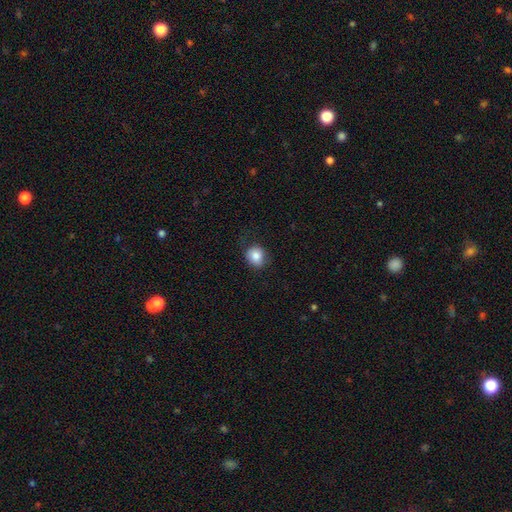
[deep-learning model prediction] smooth-or-featured: smooth: 84% | star or artifact: 9% | featured or disk: 7%
  how-rounded: round: 73% | in between: 27% | cigar-shaped: 1%
  merging: none: 74% | minor disturbance: 19% | major disturbance: 6% | merger: 1%